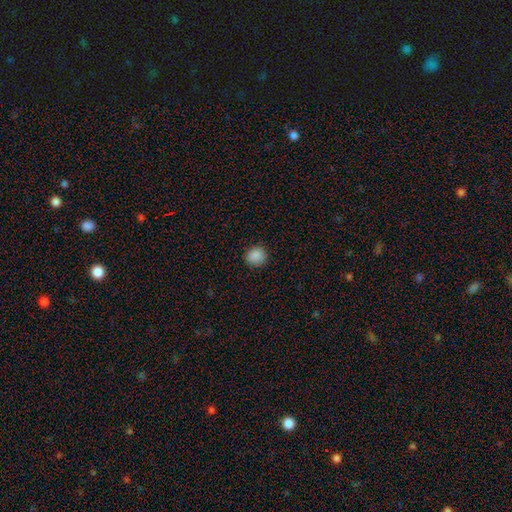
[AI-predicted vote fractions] Q: Smooth or featured?
A: smooth (88%); runner-up: star or artifact (10%)
Q: How rounded?
A: round (83%); runner-up: in between (17%)
Q: Merging?
A: none (89%); runner-up: minor disturbance (8%)